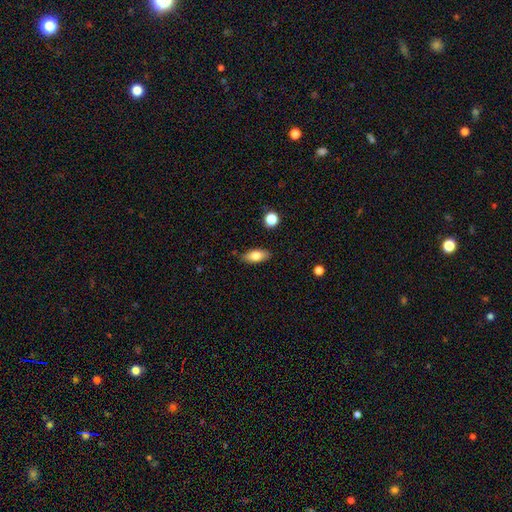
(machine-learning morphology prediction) smooth-or-featured: smooth: 78% | featured or disk: 14% | star or artifact: 8%
  how-rounded: in between: 85% | cigar-shaped: 11% | round: 4%
  merging: none: 85% | minor disturbance: 11% | major disturbance: 2% | merger: 2%